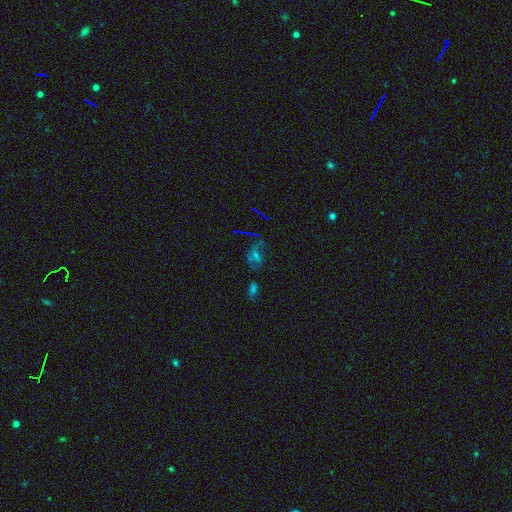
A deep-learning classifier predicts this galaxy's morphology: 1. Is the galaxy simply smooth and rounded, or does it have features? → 44% star or artifact, 32% featured or disk, 24% smooth.